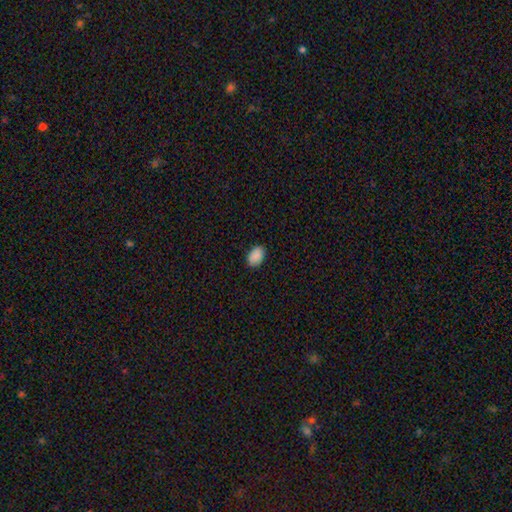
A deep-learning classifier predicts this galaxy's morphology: A smooth galaxy with no disk features (90%) that is in between round and cigar-shaped (87%).

Vote fractions:
- Smooth or featured? smooth: 90% / star or artifact: 8% / featured or disk: 3%
- How rounded? in between: 87% / round: 12% / cigar-shaped: 1%
- Merging? none: 87% / minor disturbance: 10% / major disturbance: 2% / merger: 1%